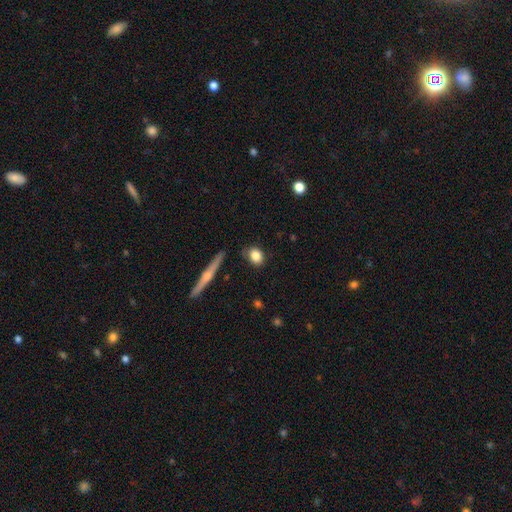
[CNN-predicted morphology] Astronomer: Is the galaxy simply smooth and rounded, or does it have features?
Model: smooth — 82%.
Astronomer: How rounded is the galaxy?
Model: in between — 53% (runner-up: round, 42%).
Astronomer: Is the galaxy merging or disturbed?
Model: none — 80%.